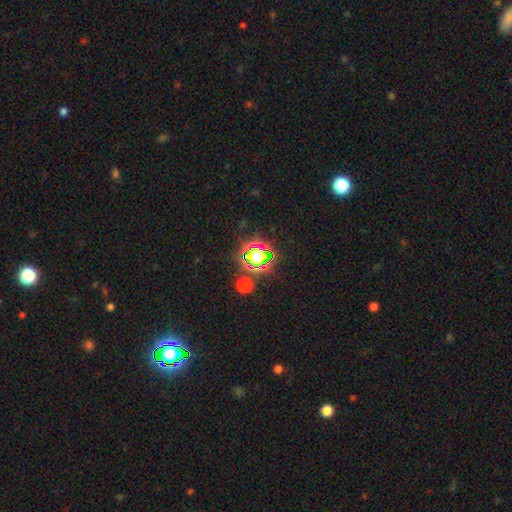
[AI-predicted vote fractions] Smooth or featured? Predicted: star or artifact (p=0.58).